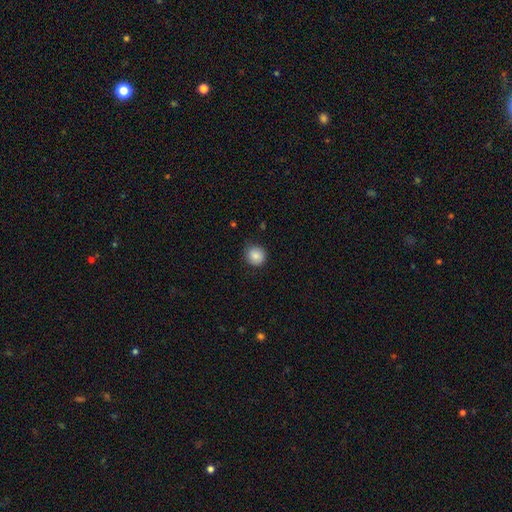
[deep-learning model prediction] A smooth galaxy with no disk features (86%) that is round (89%).

Vote fractions:
- Smooth or featured? smooth: 86% / star or artifact: 9% / featured or disk: 6%
- How rounded? round: 89% / in between: 10% / cigar-shaped: 1%
- Merging? none: 83% / minor disturbance: 13% / major disturbance: 3% / merger: 1%